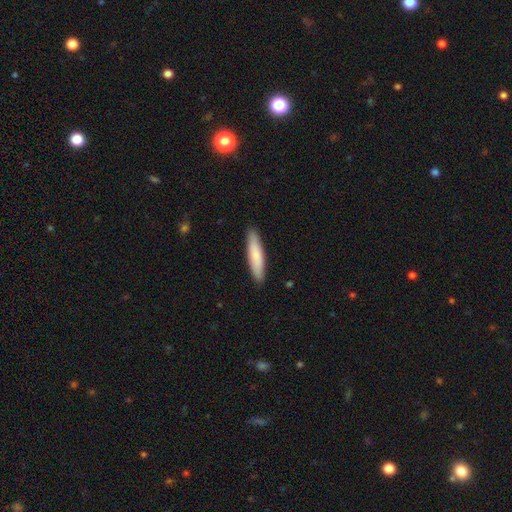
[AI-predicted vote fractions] Smooth or featured? Predicted: smooth (p=0.78). How rounded? Predicted: cigar-shaped (p=0.84). Merging? Predicted: none (p=0.90).